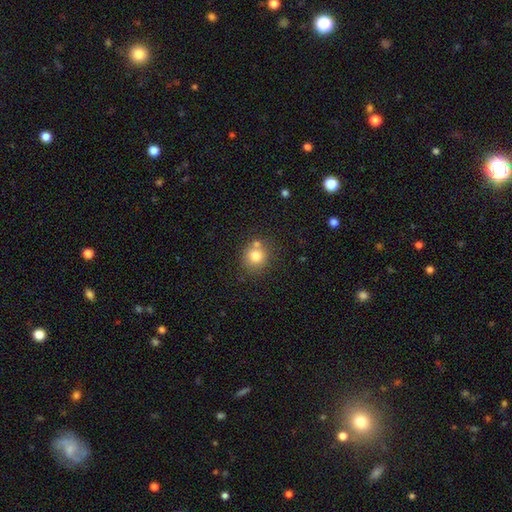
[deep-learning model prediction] This is likely a smooth galaxy (79%). How rounded: clearly round (85%). Merging: likely none (65%).